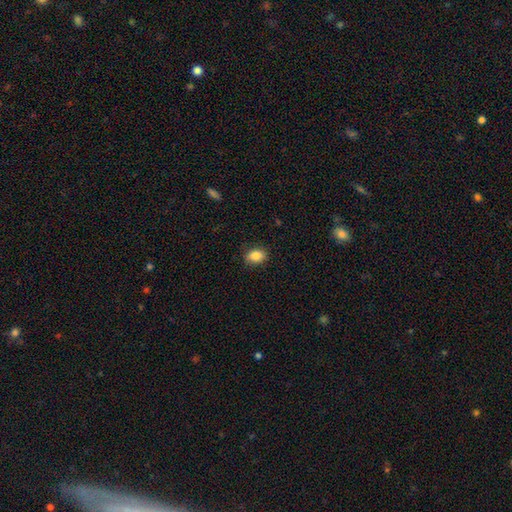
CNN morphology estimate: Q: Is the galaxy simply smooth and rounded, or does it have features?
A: smooth — 86%.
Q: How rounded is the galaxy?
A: in between — 73%.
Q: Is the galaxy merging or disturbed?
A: none — 85%.